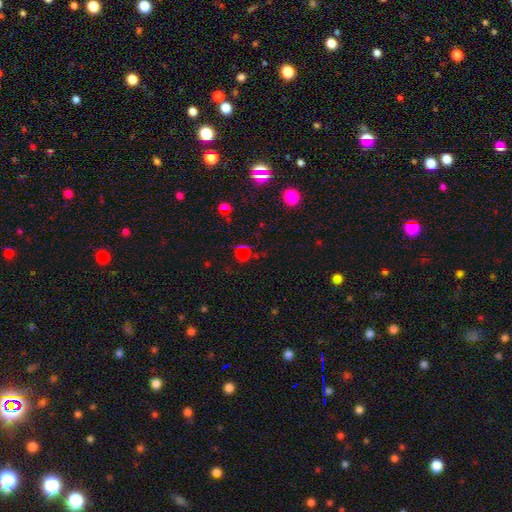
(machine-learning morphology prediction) Smooth or featured: smooth — 53% (star or artifact — 39%)
How rounded: round — 85% (in between — 14%)
Merging: none — 66% (minor disturbance — 15%)